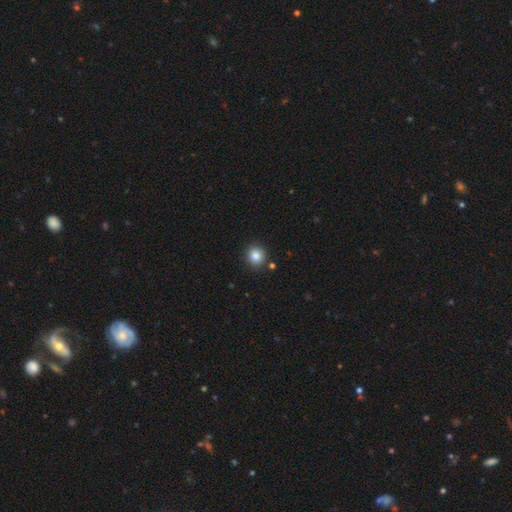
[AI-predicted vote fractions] Q: Smooth or featured?
A: smooth (85%); runner-up: star or artifact (10%)
Q: How rounded?
A: round (88%); runner-up: in between (11%)
Q: Merging?
A: none (88%); runner-up: minor disturbance (7%)